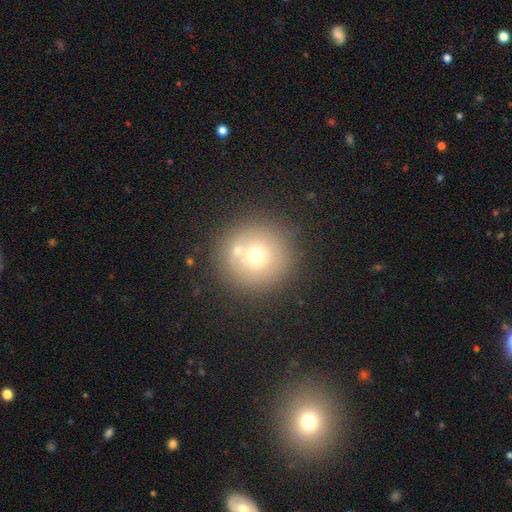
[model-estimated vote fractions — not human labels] Smooth or featured? smooth (64%)
How rounded? round (95%)
Merging? none (69%)